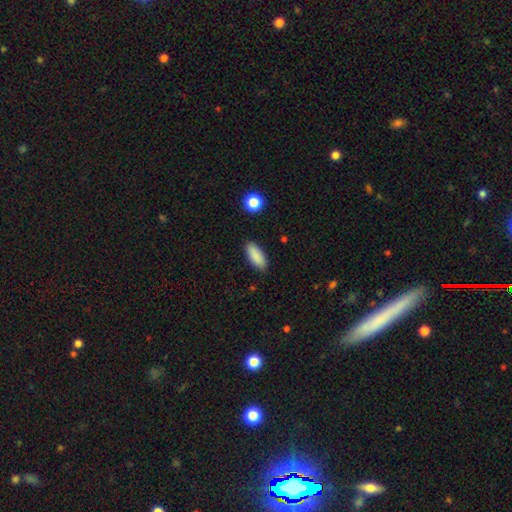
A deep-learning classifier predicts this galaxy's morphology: Smooth or featured: smooth — 89% (star or artifact — 7%)
How rounded: in between — 79% (cigar-shaped — 19%)
Merging: none — 88% (minor disturbance — 9%)